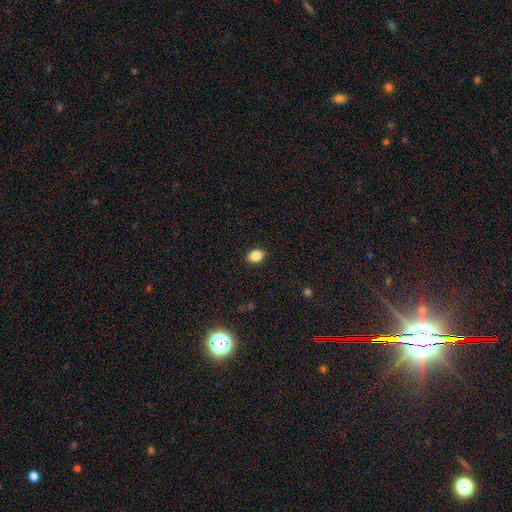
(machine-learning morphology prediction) This is clearly a smooth galaxy (85%). How rounded: likely in between (69%). Merging: clearly none (89%).